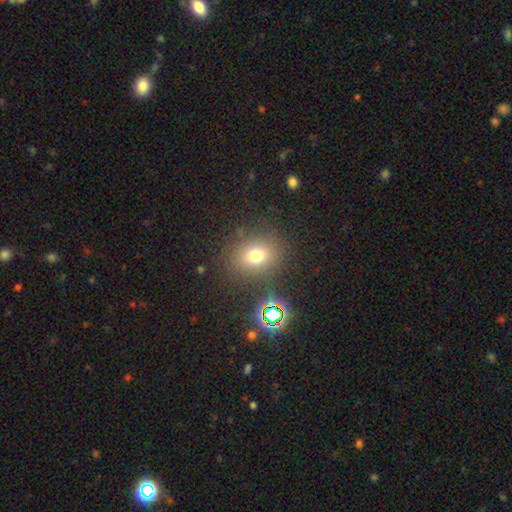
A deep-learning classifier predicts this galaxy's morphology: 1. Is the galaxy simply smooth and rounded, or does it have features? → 70% smooth, 20% star or artifact, 10% featured or disk.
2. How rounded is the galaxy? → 68% round, 31% in between, 1% cigar-shaped.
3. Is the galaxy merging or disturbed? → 81% none, 10% minor disturbance, 5% major disturbance, 4% merger.